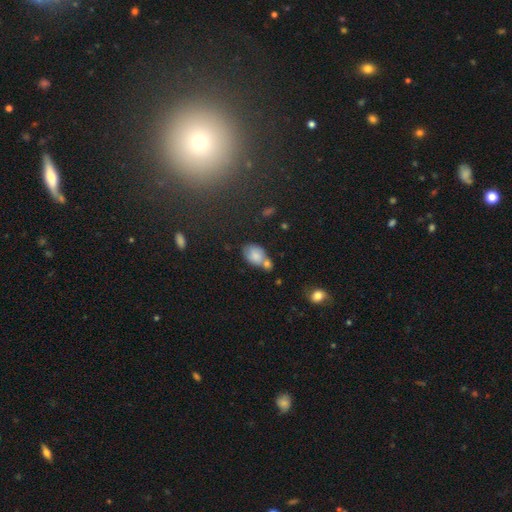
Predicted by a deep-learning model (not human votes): The model was most divided on "merging": merger: 45%, none: 33%, minor disturbance: 16%, major disturbance: 6%. More confident: how rounded — in between (80%); smooth or featured — smooth (77%).